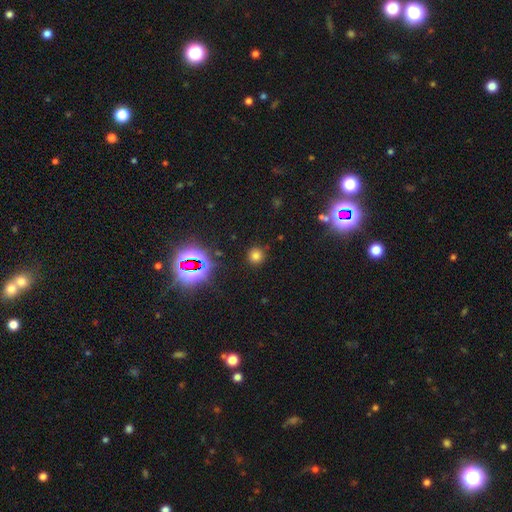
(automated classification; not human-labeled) smooth_or_featured: smooth (p=0.70) [alt: star or artifact p=0.24]
how_rounded: round (p=0.93) [alt: in between p=0.06]
merging: none (p=0.88) [alt: minor disturbance p=0.07]